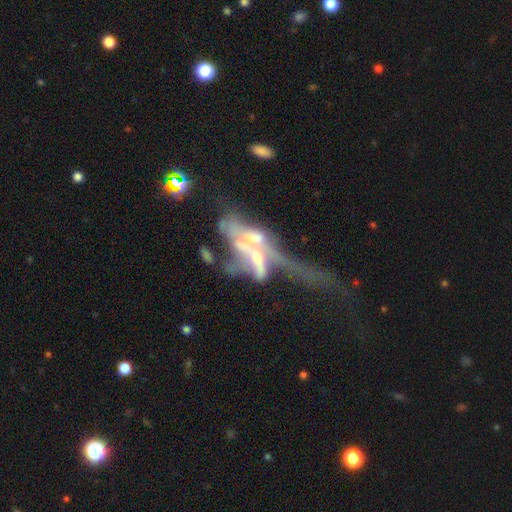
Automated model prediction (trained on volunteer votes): Q: Smooth or featured?
A: featured or disk (70%); runner-up: smooth (18%)
Q: Edge-on disk?
A: no (78%); runner-up: yes (22%)
Q: Bar?
A: no (73%); runner-up: weak (17%)
Q: Spiral arms?
A: no (73%); runner-up: yes (27%)
Q: Bulge size?
A: moderate (39%); runner-up: small (29%)
Q: Merging?
A: merger (49%); runner-up: major disturbance (34%)